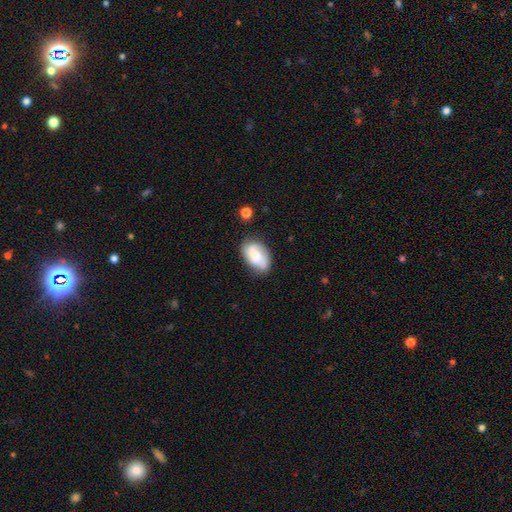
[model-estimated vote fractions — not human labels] Smooth or featured?
  - featured or disk: 51% *
  - smooth: 42%
  - star or artifact: 8%
Edge-on disk?
  - no: 96% *
  - yes: 4%
Merging?
  - none: 67% *
  - minor disturbance: 23%
  - major disturbance: 7%
  - merger: 4%